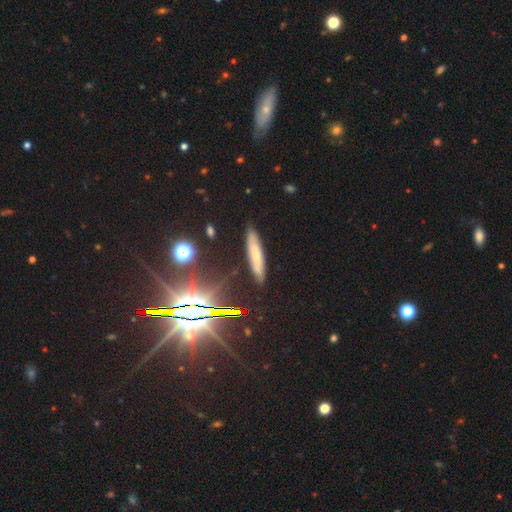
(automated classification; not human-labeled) smooth-or-featured: smooth: 58% | featured or disk: 27% | star or artifact: 15%
  how-rounded: cigar-shaped: 89% | in between: 10% | round: 2%
  merging: none: 86% | minor disturbance: 10% | major disturbance: 2% | merger: 2%